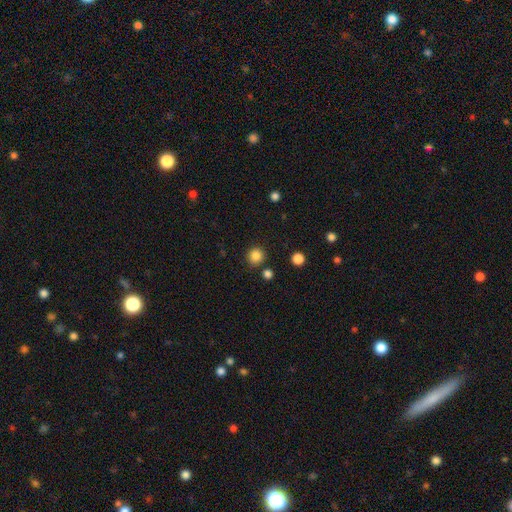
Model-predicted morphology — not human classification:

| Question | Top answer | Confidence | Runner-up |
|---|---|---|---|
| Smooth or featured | smooth | 84% | star or artifact (12%) |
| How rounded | round | 93% | in between (6%) |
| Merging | none | 86% | minor disturbance (7%) |